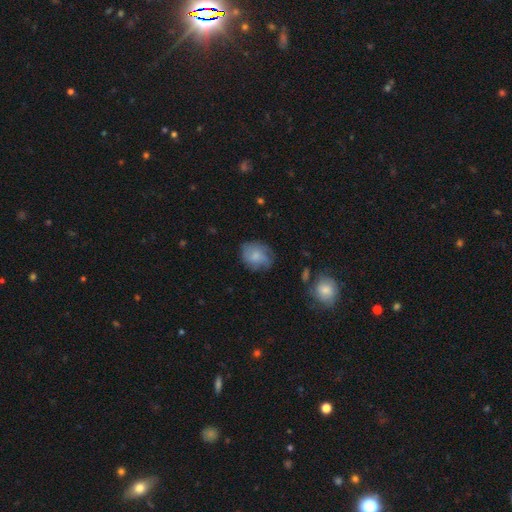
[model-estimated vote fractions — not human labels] The model was most divided on "how rounded": round: 62%, in between: 37%, cigar-shaped: 1%. More confident: smooth or featured — smooth (64%); merging — none (62%).